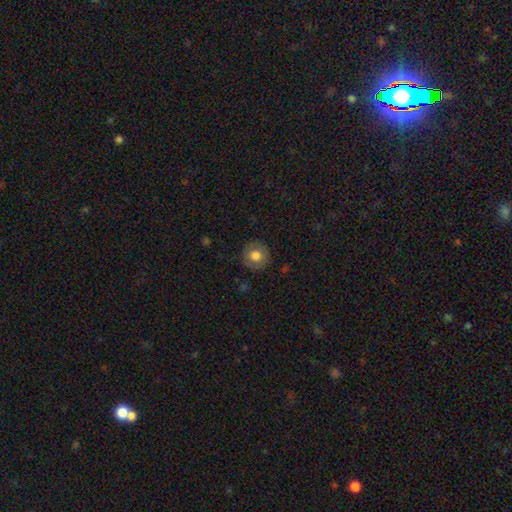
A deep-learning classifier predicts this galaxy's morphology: A smooth galaxy with no disk features (74%) that is round (93%).

Vote fractions:
- Smooth or featured? smooth: 74% / featured or disk: 18% / star or artifact: 8%
- How rounded? round: 93% / in between: 6% / cigar-shaped: 1%
- Merging? none: 87% / minor disturbance: 9% / major disturbance: 3% / merger: 1%